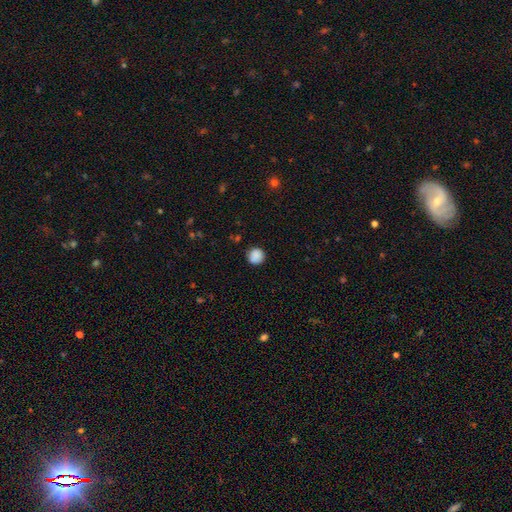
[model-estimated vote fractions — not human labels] smooth-or-featured: smooth: 87% | star or artifact: 9% | featured or disk: 3%
  how-rounded: round: 94% | in between: 5% | cigar-shaped: 1%
  merging: none: 87% | minor disturbance: 10% | major disturbance: 2% | merger: 1%